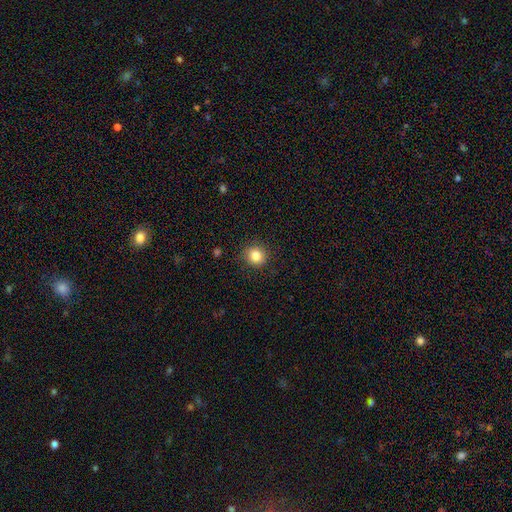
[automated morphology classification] type=smooth (84%); roundness=round (85%); merging=none (88%).